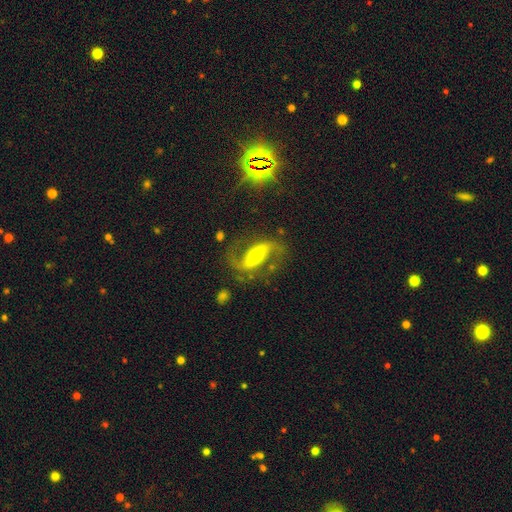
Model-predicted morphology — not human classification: featured or disk 88%, smooth 6%, star or artifact 5%. Down the decision tree: edge-on disk — no (96%); bar — strong (49%); spiral arms — yes (96%); spiral arm count — 2 (93%); spiral winding — loose (46%); bulge size — moderate (51%); merging — none (75%).